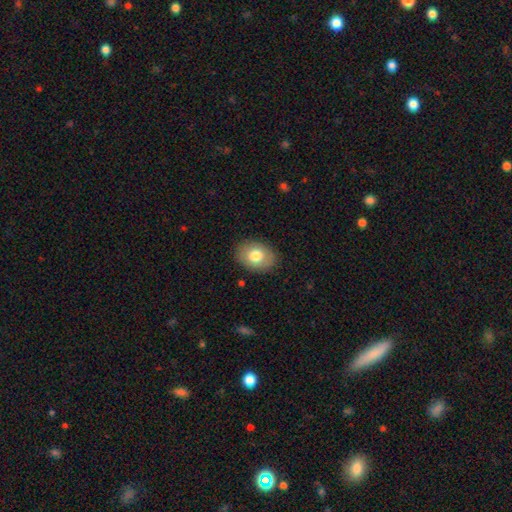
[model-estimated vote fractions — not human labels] smooth 77%, featured or disk 16%, star or artifact 7%. Down the decision tree: how rounded — in between (72%); merging — none (87%).